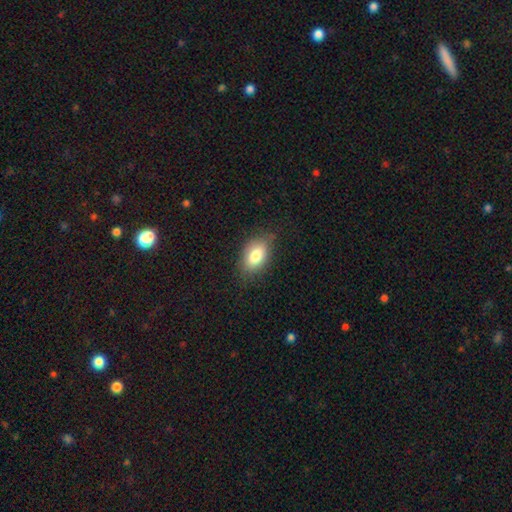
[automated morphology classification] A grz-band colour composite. It shows a smooth galaxy with no disk features (79%) that is in between round and cigar-shaped (88%). Merging: none (74%).